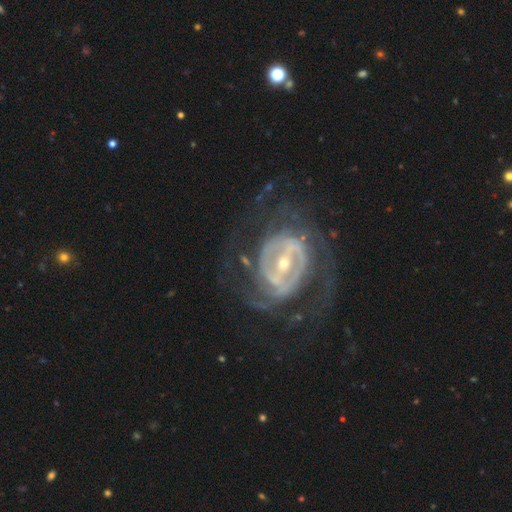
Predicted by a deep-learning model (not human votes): Smooth or featured? featured or disk (83%)
Edge-on disk? no (96%)
Bar? strong (34%)
Spiral arms? yes (83%)
Spiral winding? tight (59%)
Spiral arm count? 2 (37%)
Bulge size? small (66%)
Merging? none (71%)